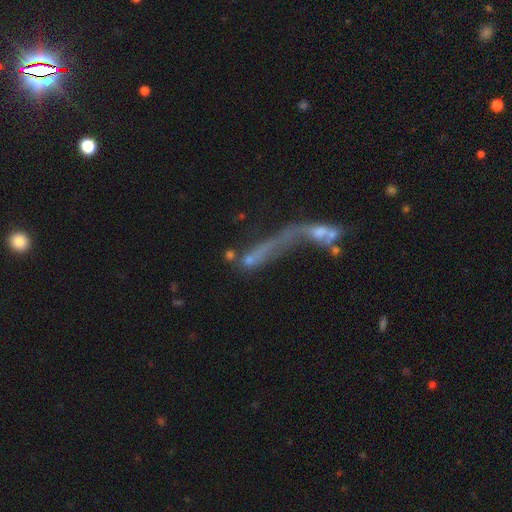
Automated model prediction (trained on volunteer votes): featured or disk 44%, smooth 38%, star or artifact 18%. Down the decision tree: merging — merger (49%).